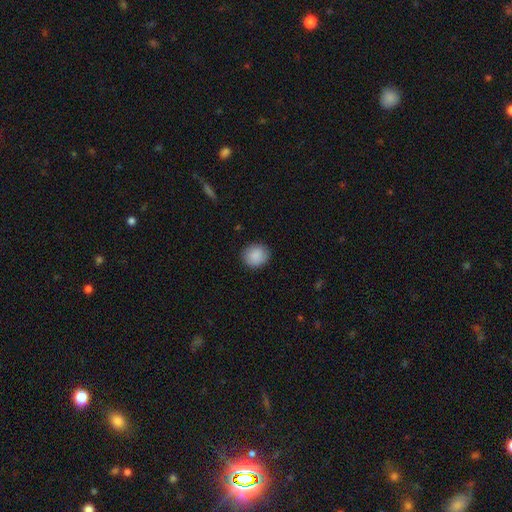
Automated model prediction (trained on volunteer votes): Q: Smooth or featured?
A: smooth (89%); runner-up: star or artifact (7%)
Q: How rounded?
A: round (78%); runner-up: in between (21%)
Q: Merging?
A: none (89%); runner-up: minor disturbance (8%)